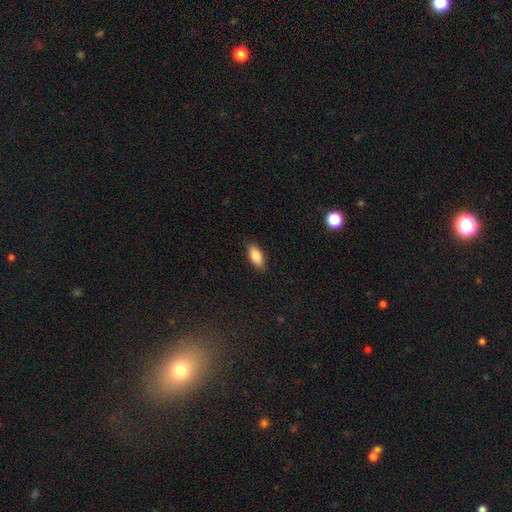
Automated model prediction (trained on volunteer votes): Q: Smooth or featured?
A: smooth (85%); runner-up: featured or disk (8%)
Q: How rounded?
A: in between (85%); runner-up: cigar-shaped (13%)
Q: Merging?
A: none (87%); runner-up: minor disturbance (10%)